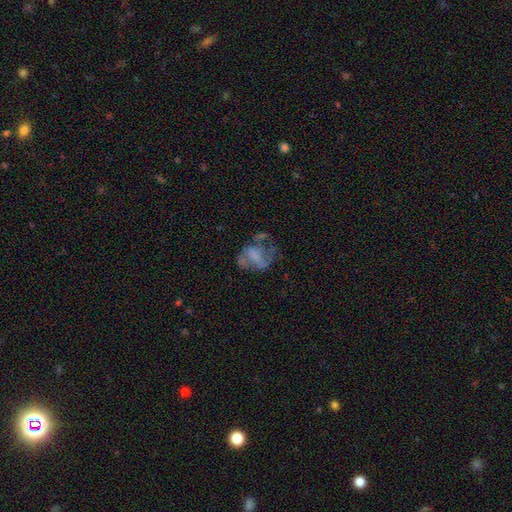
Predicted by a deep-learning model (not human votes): A featured or disk galaxy (55%) with no bar (53%), no spiral arms (56%) and no central bulge (56%). Merging: major disturbance (40%).